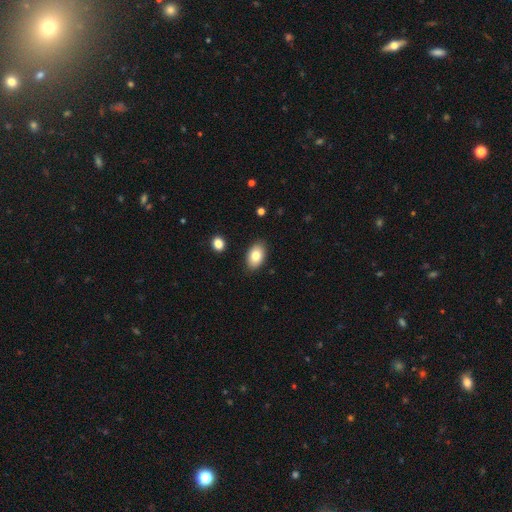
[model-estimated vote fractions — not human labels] Overall: smooth (81%). How rounded: in between (91%). Merging: none (87%).